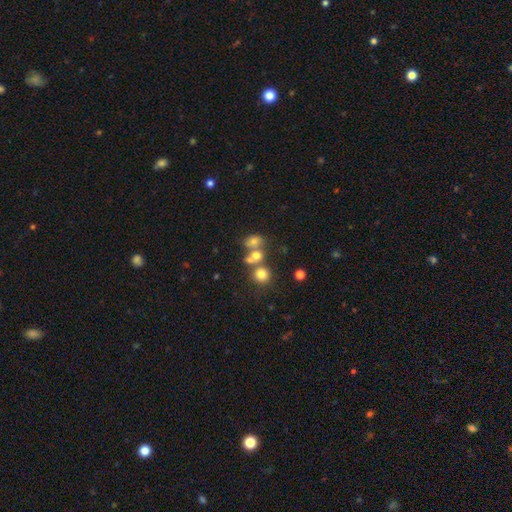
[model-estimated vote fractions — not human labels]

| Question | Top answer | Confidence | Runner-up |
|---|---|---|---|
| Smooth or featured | smooth | 67% | featured or disk (17%) |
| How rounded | round | 65% | in between (34%) |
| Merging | merger | 47% | none (38%) |